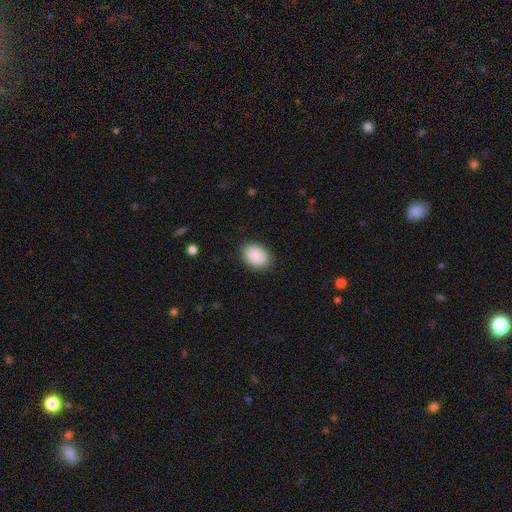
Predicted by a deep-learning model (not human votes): This is clearly a smooth galaxy (90%). How rounded: clearly in between (80%). Merging: clearly none (87%).